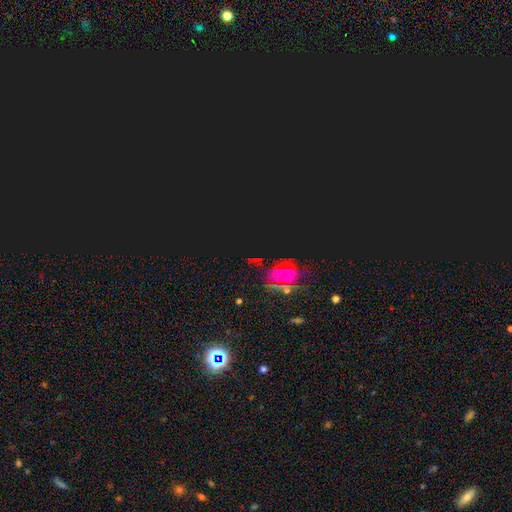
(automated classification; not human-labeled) A star or artifact, not a galaxy (74%).

Vote fractions:
- Smooth or featured? star or artifact: 74% / smooth: 16% / featured or disk: 10%